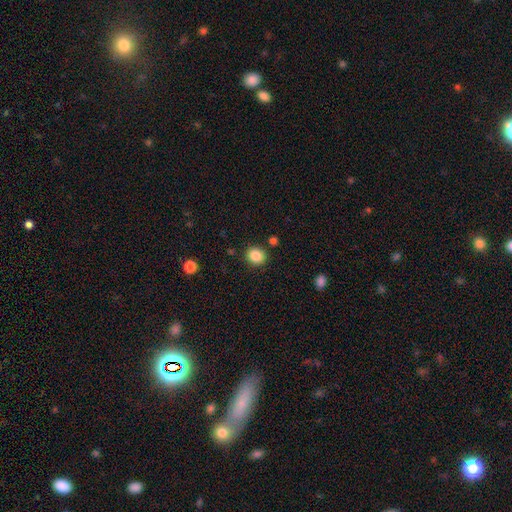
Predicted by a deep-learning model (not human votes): This appears to be a smooth galaxy with no disk features (87%) that is round (81%). Merging: none (88%).